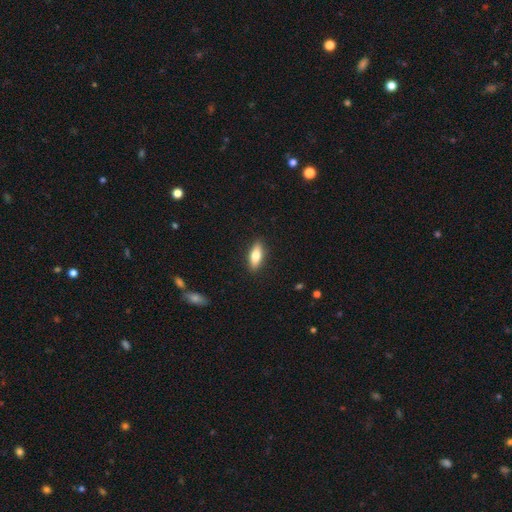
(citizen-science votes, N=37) smooth 86%, featured or disk 11%, star or artifact 3%. Down the decision tree: how rounded — in between (59%); merging — none (97%).